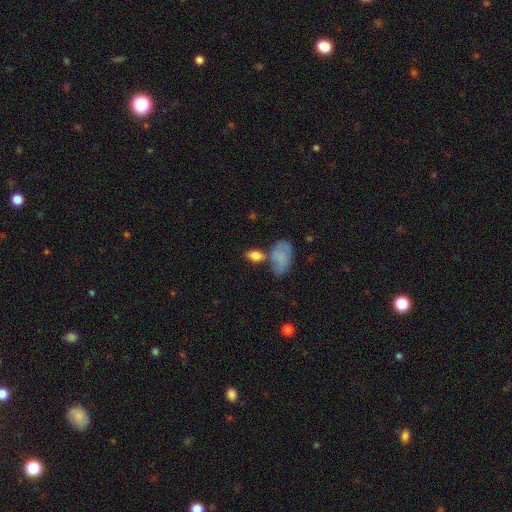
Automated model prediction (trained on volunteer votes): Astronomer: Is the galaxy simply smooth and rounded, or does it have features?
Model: smooth — 80%.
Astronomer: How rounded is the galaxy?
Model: in between — 86%.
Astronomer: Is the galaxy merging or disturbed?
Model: none — 54%.